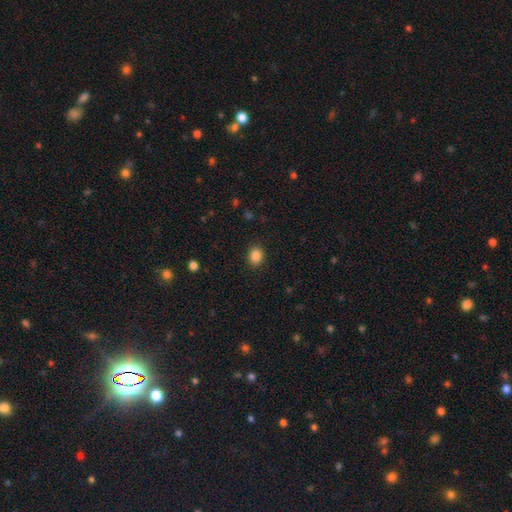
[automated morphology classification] A smooth galaxy with no disk features (86%) that is in between round and cigar-shaped (50%). Merging: none (89%).